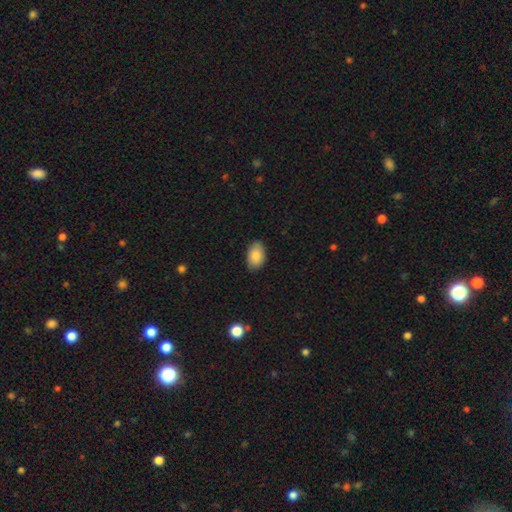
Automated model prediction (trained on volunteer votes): smooth_or_featured: smooth (p=0.85) [alt: featured or disk p=0.08]
how_rounded: in between (p=0.89) [alt: round p=0.09]
merging: none (p=0.82) [alt: minor disturbance p=0.14]